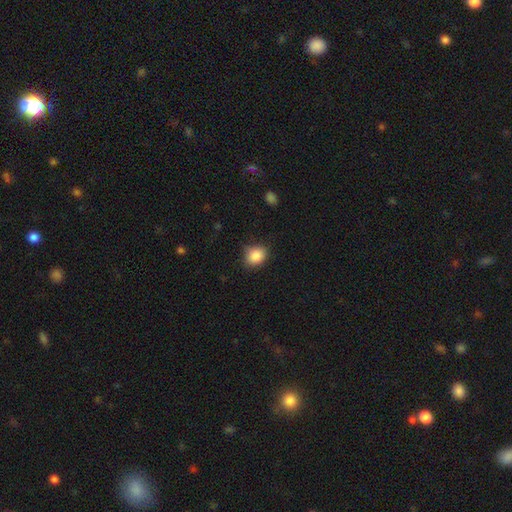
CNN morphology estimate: Smooth or featured?
  - smooth: 87% *
  - star or artifact: 9%
  - featured or disk: 4%
How rounded?
  - round: 54% *
  - in between: 45%
  - cigar-shaped: 1%
Merging?
  - none: 77% *
  - minor disturbance: 18%
  - major disturbance: 4%
  - merger: 1%